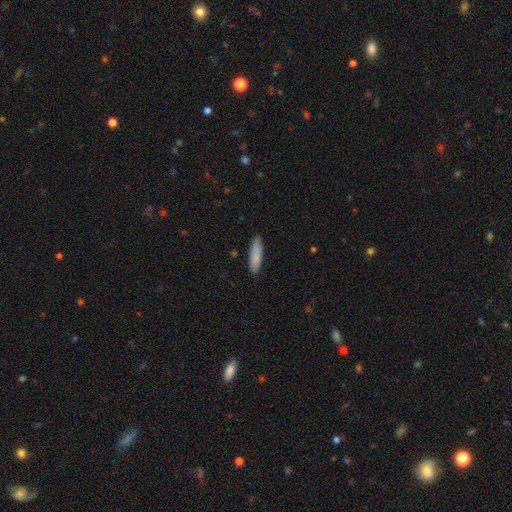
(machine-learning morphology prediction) Smooth or featured? smooth (84%)
How rounded? cigar-shaped (72%)
Merging? none (88%)